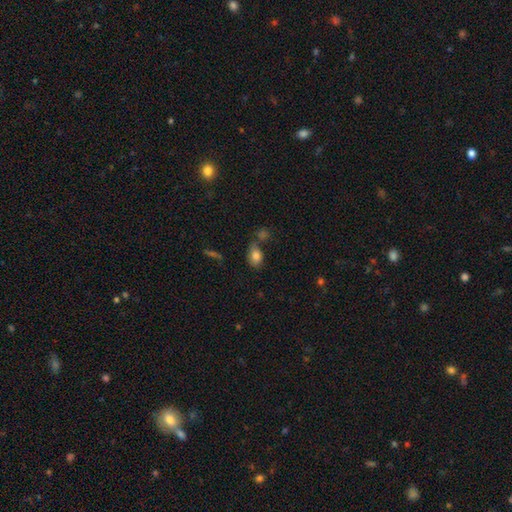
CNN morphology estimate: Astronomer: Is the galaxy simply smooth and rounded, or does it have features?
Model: smooth — 82%.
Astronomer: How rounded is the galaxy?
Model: in between — 77%.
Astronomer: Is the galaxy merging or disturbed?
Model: none — 51%.